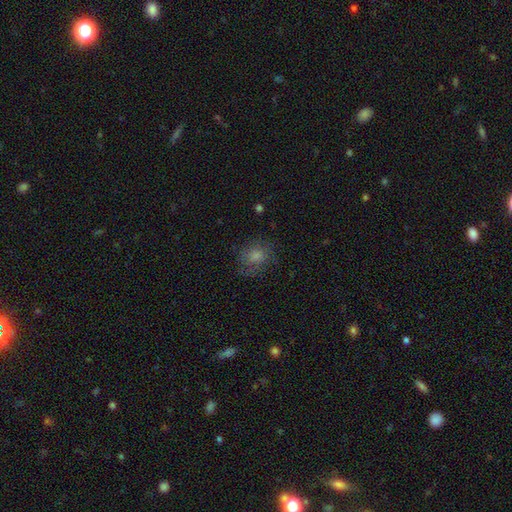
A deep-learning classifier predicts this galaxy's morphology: Smooth or featured? smooth (53%)
How rounded? round (70%)
Merging? none (74%)